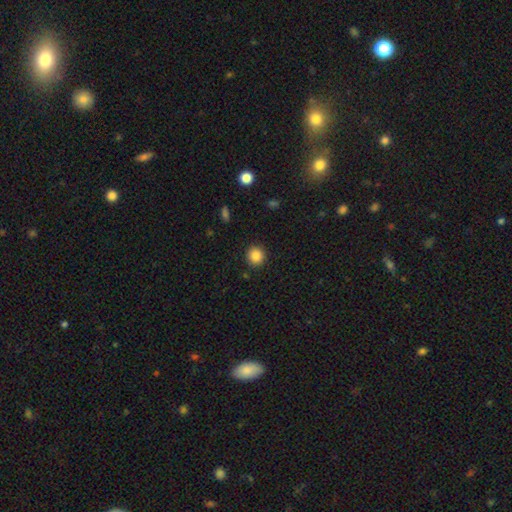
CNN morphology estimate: Q: Smooth or featured?
A: smooth (86%); runner-up: star or artifact (10%)
Q: How rounded?
A: round (92%); runner-up: in between (7%)
Q: Merging?
A: none (91%); runner-up: minor disturbance (6%)